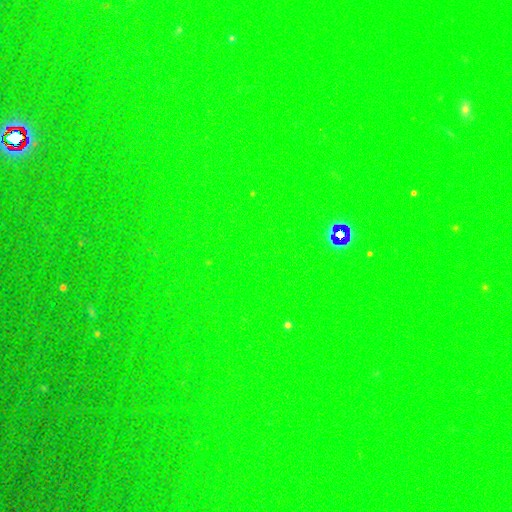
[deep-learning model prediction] Q: Smooth or featured?
A: star or artifact (76%); runner-up: smooth (15%)